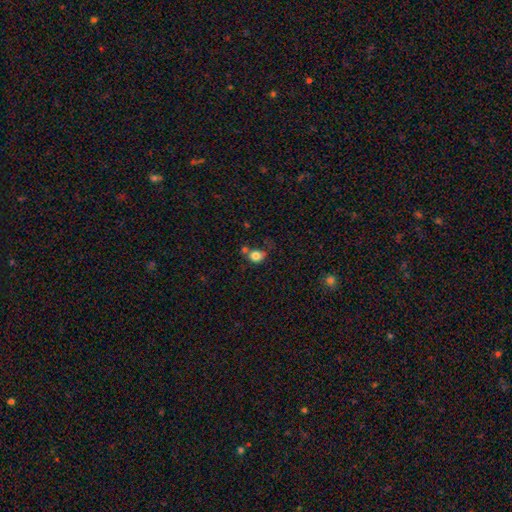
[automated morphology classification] Overall: smooth (81%). How rounded: round (69%; in between 30%). Merging: none (47%; minor disturbance 21%).